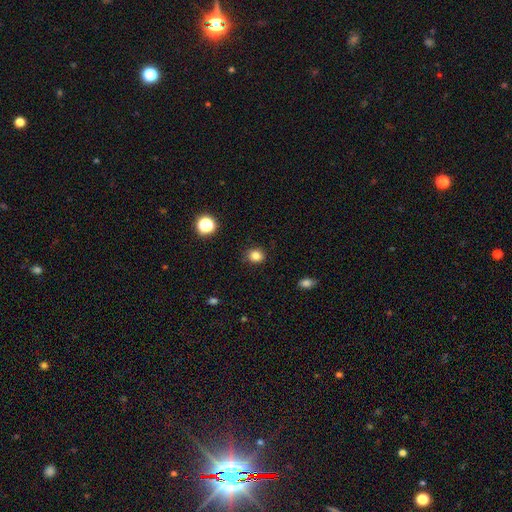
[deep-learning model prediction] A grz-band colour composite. It shows a smooth galaxy with no disk features (83%) that is round (64%). Merging: none (87%).